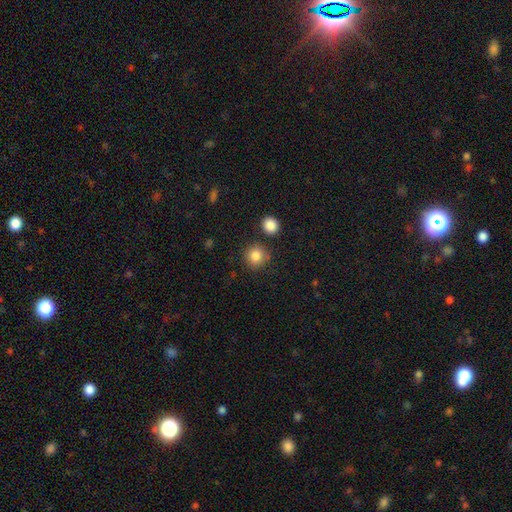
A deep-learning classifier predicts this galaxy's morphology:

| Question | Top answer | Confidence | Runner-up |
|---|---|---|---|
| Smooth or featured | smooth | 86% | star or artifact (10%) |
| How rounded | round | 91% | in between (8%) |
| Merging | none | 83% | minor disturbance (9%) |